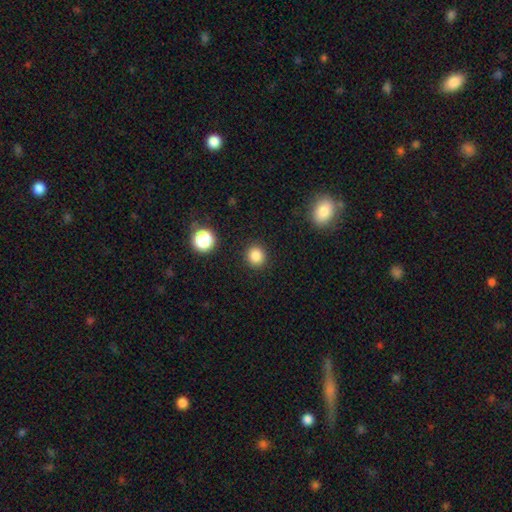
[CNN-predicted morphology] A smooth galaxy with no disk features (84%) that is round (89%).

Vote fractions:
- Smooth or featured? smooth: 84% / star or artifact: 12% / featured or disk: 4%
- How rounded? round: 89% / in between: 10% / cigar-shaped: 1%
- Merging? none: 90% / minor disturbance: 6% / major disturbance: 2% / merger: 2%